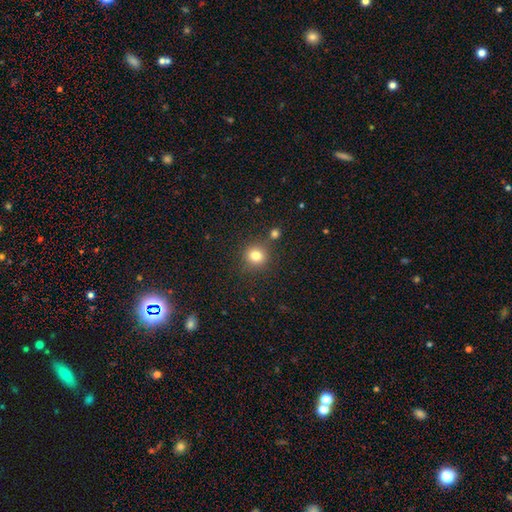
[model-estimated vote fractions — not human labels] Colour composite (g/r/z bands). It shows a smooth galaxy with no disk features (80%) that is round (89%). Merging: none (80%).